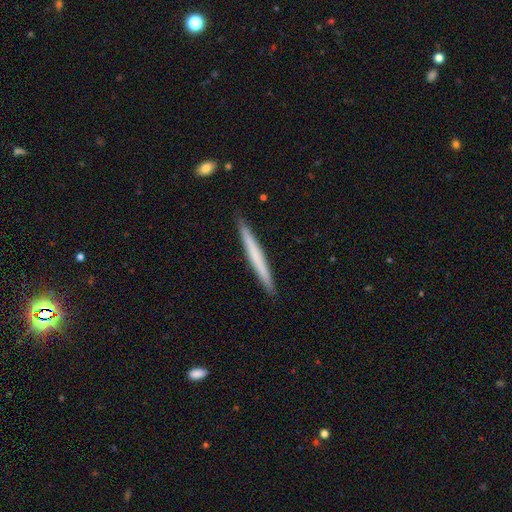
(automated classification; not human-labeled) Morphology: type=smooth (56%); roundness=cigar-shaped (97%); merging=none (92%).